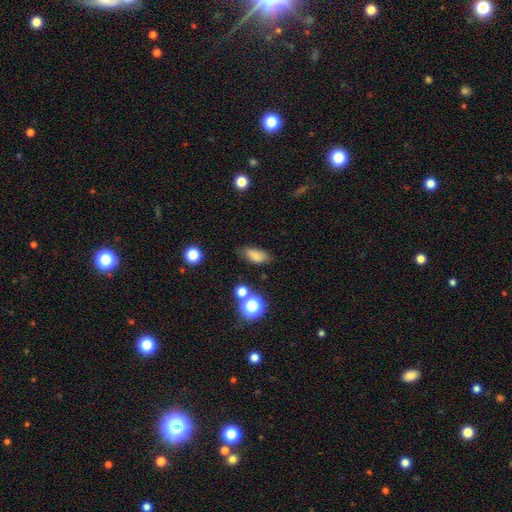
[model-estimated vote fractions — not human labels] smooth 81%, star or artifact 12%, featured or disk 7%. Down the decision tree: how rounded — in between (82%); merging — none (71%).